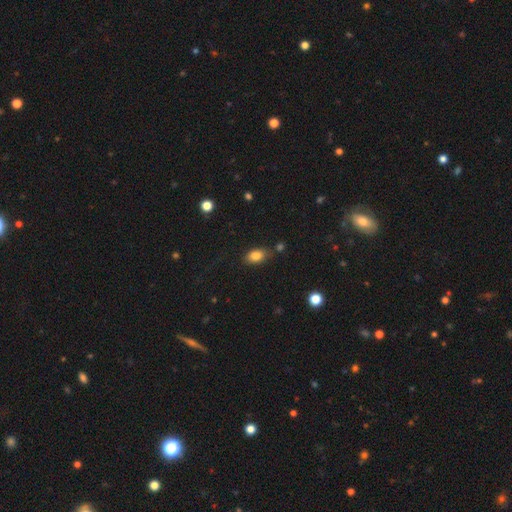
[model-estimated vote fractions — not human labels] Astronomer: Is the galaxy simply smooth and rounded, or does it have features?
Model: smooth — 84%.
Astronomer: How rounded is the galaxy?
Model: in between — 86%.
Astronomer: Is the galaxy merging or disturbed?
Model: none — 74%.